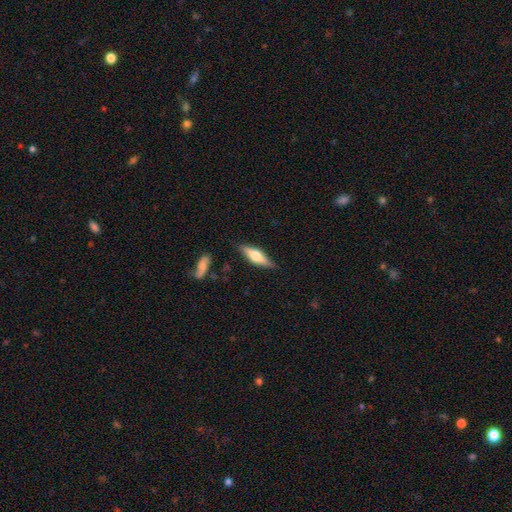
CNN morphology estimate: Smooth or featured?
  - featured or disk: 52% *
  - smooth: 42%
  - star or artifact: 6%
Edge-on disk?
  - yes: 93% *
  - no: 7%
Merging?
  - none: 83% *
  - minor disturbance: 12%
  - major disturbance: 3%
  - merger: 2%